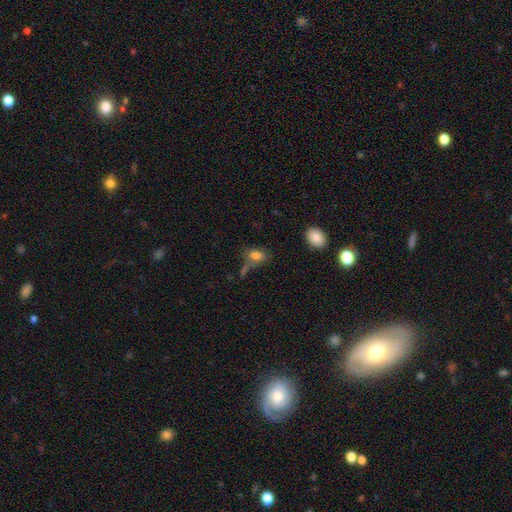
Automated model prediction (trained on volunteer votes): Smooth or featured? smooth (80%)
How rounded? in between (76%)
Merging? none (53%)